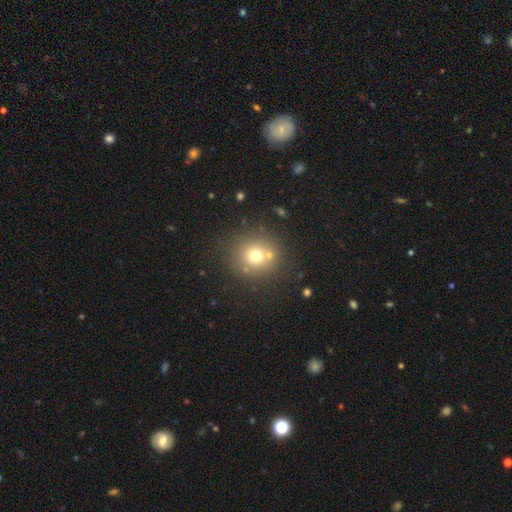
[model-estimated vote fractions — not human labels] Smooth or featured? smooth (69%)
How rounded? round (90%)
Merging? none (75%)